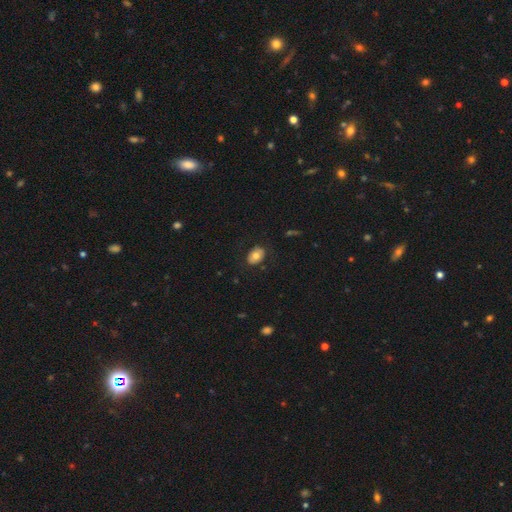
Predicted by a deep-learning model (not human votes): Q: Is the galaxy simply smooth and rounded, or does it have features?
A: smooth — 74%.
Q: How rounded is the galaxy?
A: in between — 79%.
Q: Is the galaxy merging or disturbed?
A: none — 82%.